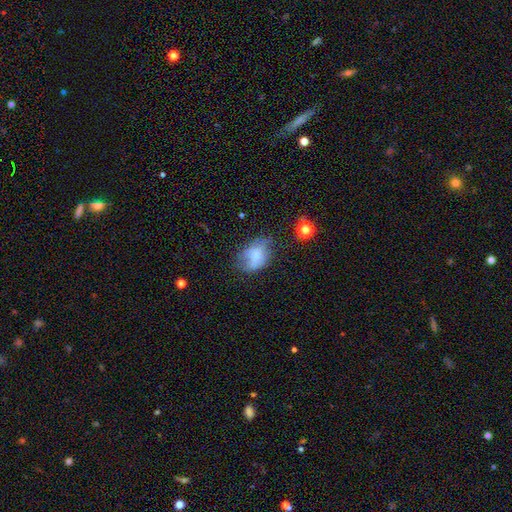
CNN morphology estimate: A smooth galaxy with no disk features (65%) that is in between round and cigar-shaped (76%).

Vote fractions:
- Smooth or featured? smooth: 65% / featured or disk: 24% / star or artifact: 11%
- How rounded? in between: 76% / round: 23% / cigar-shaped: 1%
- Merging? none: 41% / minor disturbance: 35% / major disturbance: 19% / merger: 4%